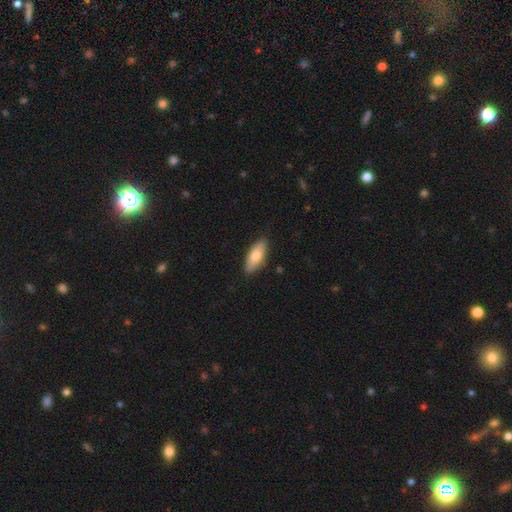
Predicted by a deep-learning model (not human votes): smooth 75%, featured or disk 19%, star or artifact 5%. Down the decision tree: how rounded — in between (73%); merging — none (86%).